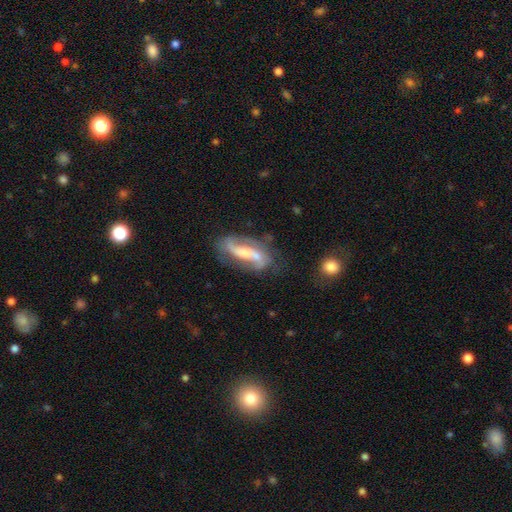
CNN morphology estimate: Q: Smooth or featured?
A: featured or disk (72%); runner-up: smooth (21%)
Q: Edge-on disk?
A: no (90%); runner-up: yes (10%)
Q: Bar?
A: no (35%); runner-up: weak (33%)
Q: Spiral arms?
A: yes (85%); runner-up: no (15%)
Q: Spiral winding?
A: loose (47%); runner-up: medium (37%)
Q: Spiral arm count?
A: 2 (82%); runner-up: can't tell (9%)
Q: Bulge size?
A: moderate (39%); runner-up: small (35%)
Q: Merging?
A: none (50%); runner-up: minor disturbance (22%)